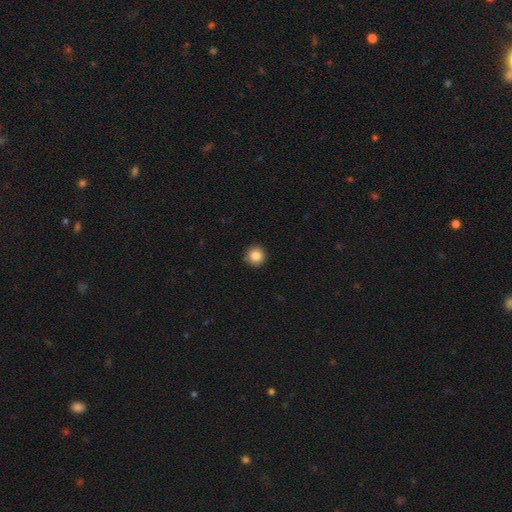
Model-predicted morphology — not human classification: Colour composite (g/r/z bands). It shows a smooth galaxy with no disk features (85%) that is round (95%). Merging: none (91%).